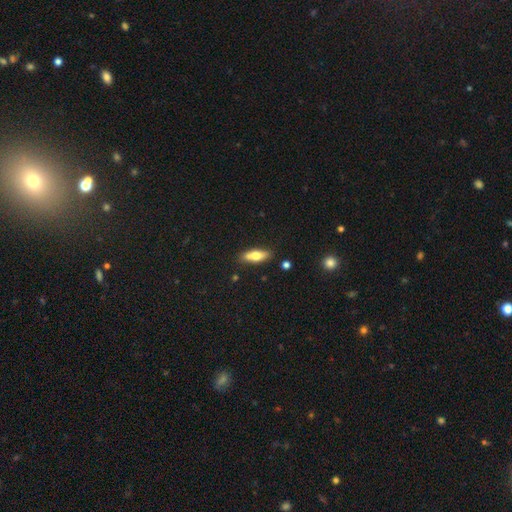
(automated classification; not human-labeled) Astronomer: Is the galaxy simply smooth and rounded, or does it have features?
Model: smooth — 64%.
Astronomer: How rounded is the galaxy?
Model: in between — 63%.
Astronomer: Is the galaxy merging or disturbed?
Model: none — 79%.